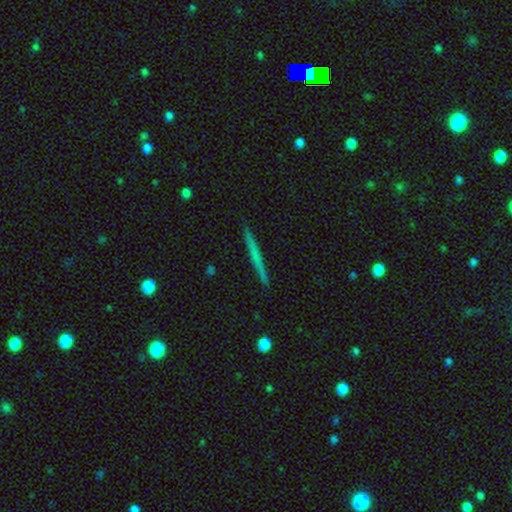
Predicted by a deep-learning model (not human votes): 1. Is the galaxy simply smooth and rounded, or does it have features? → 48% smooth, 45% featured or disk, 7% star or artifact.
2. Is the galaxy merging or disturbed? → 92% none, 6% minor disturbance, 1% major disturbance, 1% merger.